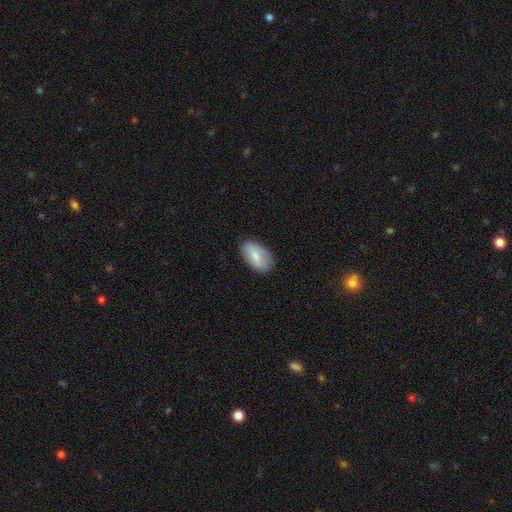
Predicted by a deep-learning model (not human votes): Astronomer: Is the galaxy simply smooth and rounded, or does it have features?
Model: smooth — 72%.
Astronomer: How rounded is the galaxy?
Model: in between — 94%.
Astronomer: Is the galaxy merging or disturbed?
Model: none — 83%.